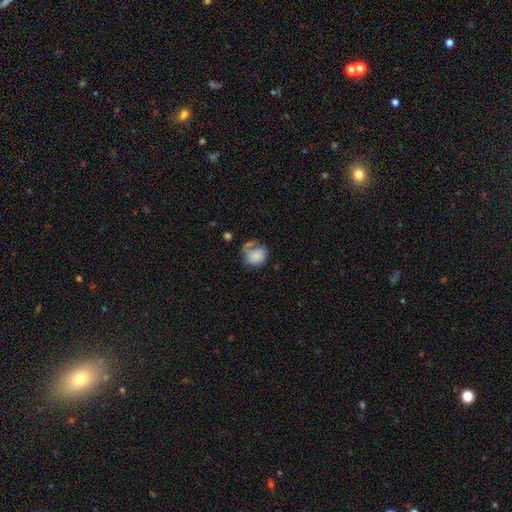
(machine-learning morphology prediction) A smooth galaxy with no disk features (77%) that is round (68%). Merging: none (43%).